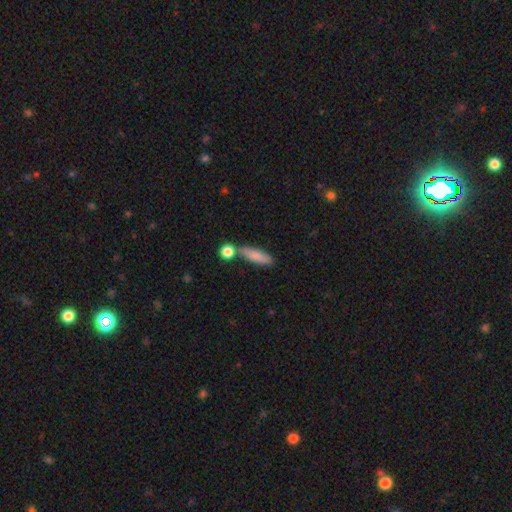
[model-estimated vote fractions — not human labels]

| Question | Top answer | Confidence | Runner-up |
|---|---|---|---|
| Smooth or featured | smooth | 80% | featured or disk (13%) |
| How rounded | cigar-shaped | 49% | in between (47%) |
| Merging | none | 67% | merger (15%) |